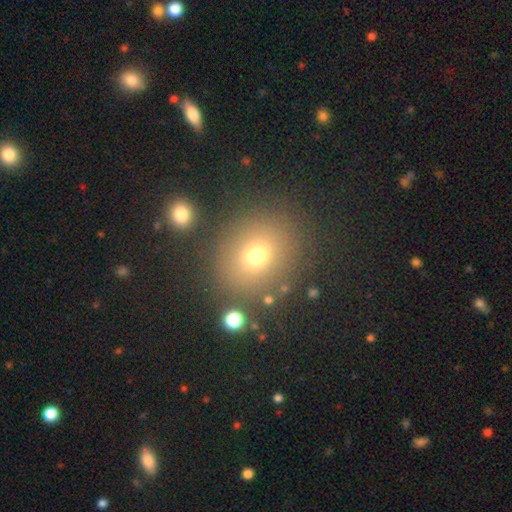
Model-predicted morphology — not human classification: smooth 70%, star or artifact 17%, featured or disk 12%. Down the decision tree: how rounded — round (69%); merging — none (81%).